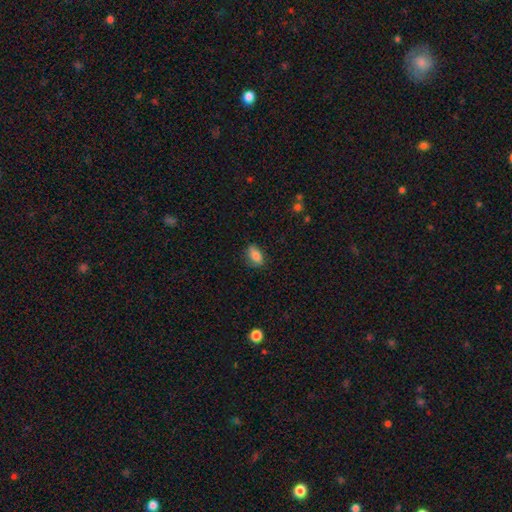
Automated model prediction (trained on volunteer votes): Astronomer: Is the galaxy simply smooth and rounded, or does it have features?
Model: smooth — 81%.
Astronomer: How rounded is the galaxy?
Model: in between — 86%.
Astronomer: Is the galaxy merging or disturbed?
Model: none — 80%.